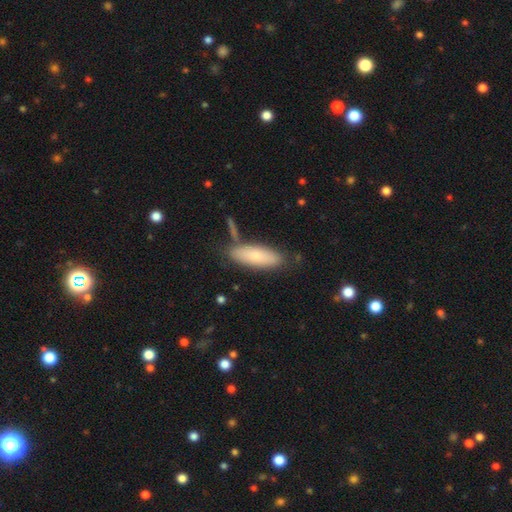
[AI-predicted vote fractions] smooth_or_featured: smooth (p=0.77) [alt: featured or disk p=0.17]
how_rounded: in between (p=0.59) [alt: cigar-shaped p=0.39]
merging: none (p=0.76) [alt: minor disturbance p=0.14]